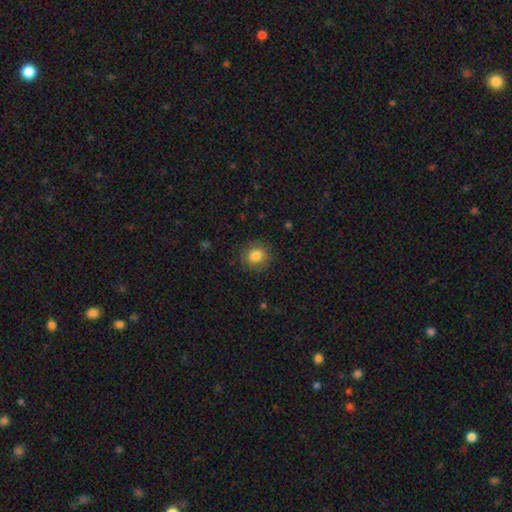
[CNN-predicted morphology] type=smooth (83%); roundness=round (83%); merging=none (87%).